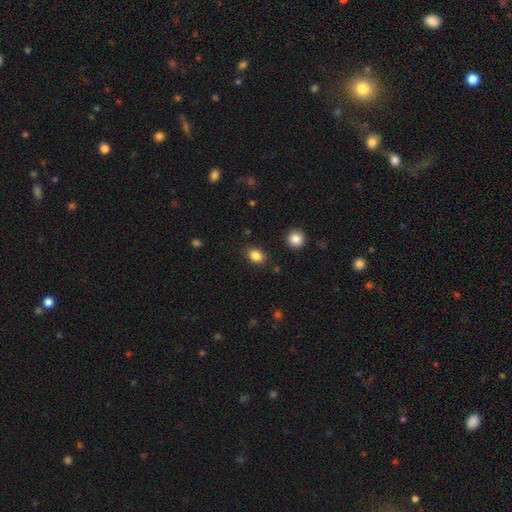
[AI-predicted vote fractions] A smooth galaxy with no disk features (85%) that is in between round and cigar-shaped (68%). Merging: none (85%).